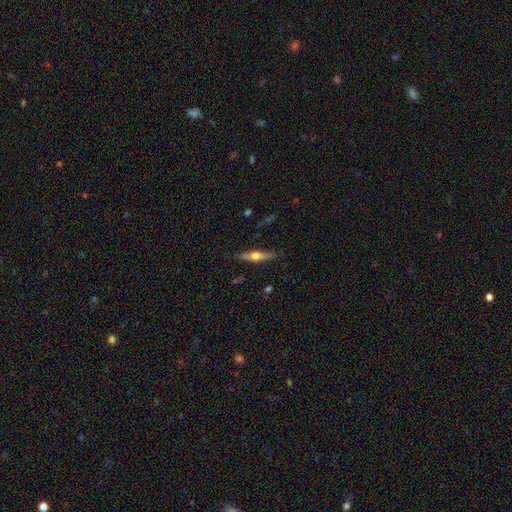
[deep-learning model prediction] smooth_or_featured: featured or disk (p=0.62) [alt: smooth p=0.31]
disk_edge_on: yes (p=0.96) [alt: no p=0.04]
edge_on_bulge: rounded (p=0.94) [alt: boxy p=0.03]
merging: none (p=0.87) [alt: minor disturbance p=0.10]